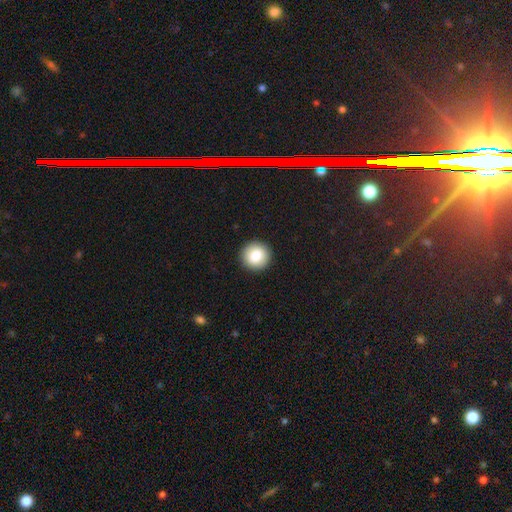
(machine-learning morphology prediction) Smooth or featured? Predicted: smooth (p=0.84). How rounded? Predicted: round (p=0.92). Merging? Predicted: none (p=0.93).